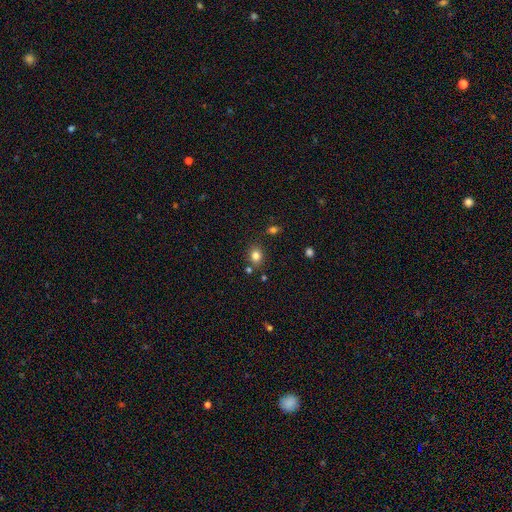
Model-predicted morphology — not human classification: type=smooth (81%); roundness=round (61%); merging=none (78%).